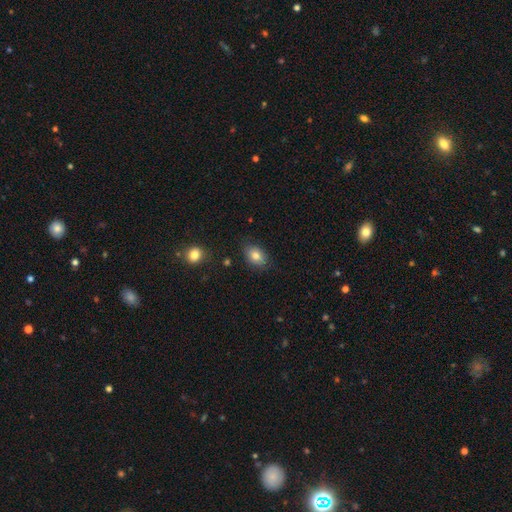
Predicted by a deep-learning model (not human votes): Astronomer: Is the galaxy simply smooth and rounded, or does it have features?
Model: smooth — 80%.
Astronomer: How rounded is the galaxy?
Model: in between — 78%.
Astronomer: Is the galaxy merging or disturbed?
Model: none — 80%.